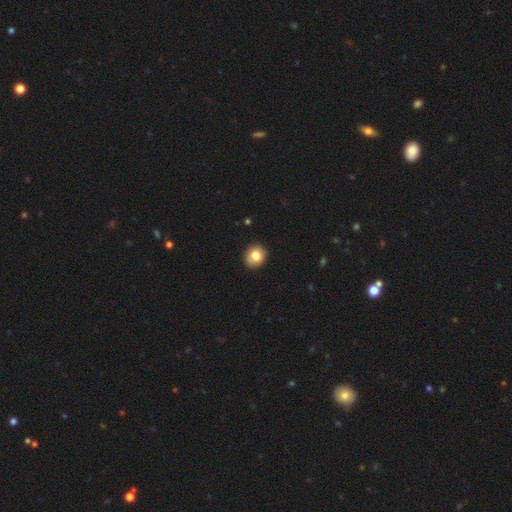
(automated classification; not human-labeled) A smooth galaxy with no disk features (80%) that is round (76%).

Vote fractions:
- Smooth or featured? smooth: 80% / featured or disk: 11% / star or artifact: 9%
- How rounded? round: 76% / in between: 23% / cigar-shaped: 1%
- Merging? none: 86% / minor disturbance: 10% / major disturbance: 2% / merger: 1%